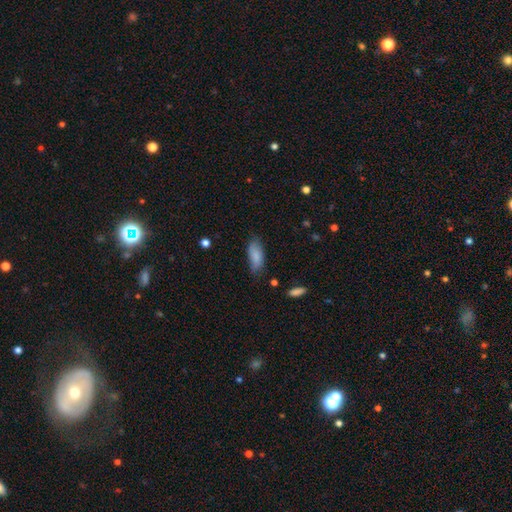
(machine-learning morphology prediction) Smooth or featured?
  - smooth: 84% *
  - featured or disk: 10%
  - star or artifact: 6%
How rounded?
  - in between: 83% *
  - cigar-shaped: 15%
  - round: 2%
Merging?
  - none: 68% *
  - minor disturbance: 26%
  - major disturbance: 5%
  - merger: 2%